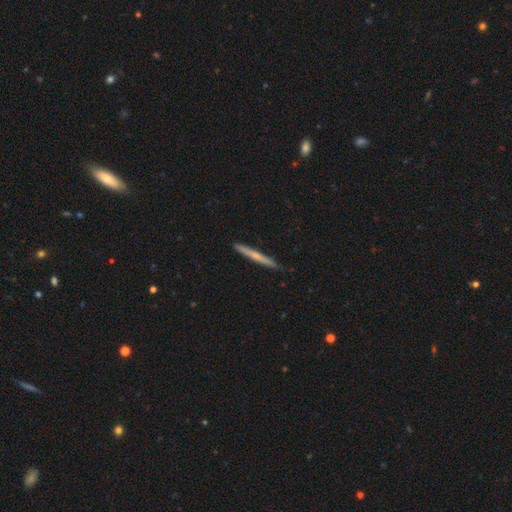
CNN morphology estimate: This is possibly a smooth galaxy (48%). Merging: clearly none (89%).